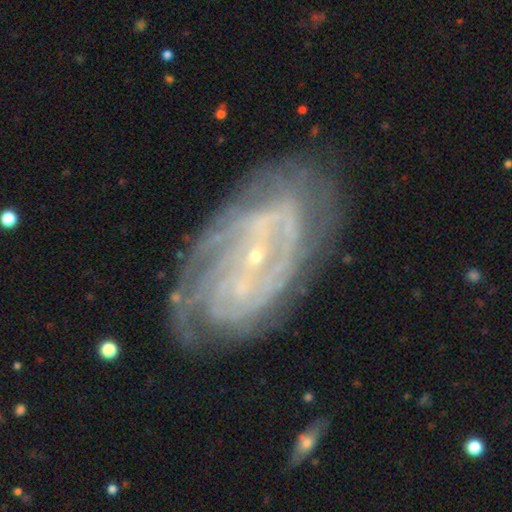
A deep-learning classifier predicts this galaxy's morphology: type=featured or disk (85%); edge-on=no (95%); bar=no (52%); spiral arms=yes (94%); winding=tight (70%); arm count=can't tell (34%); bulge=small (87%); merging=none (74%).